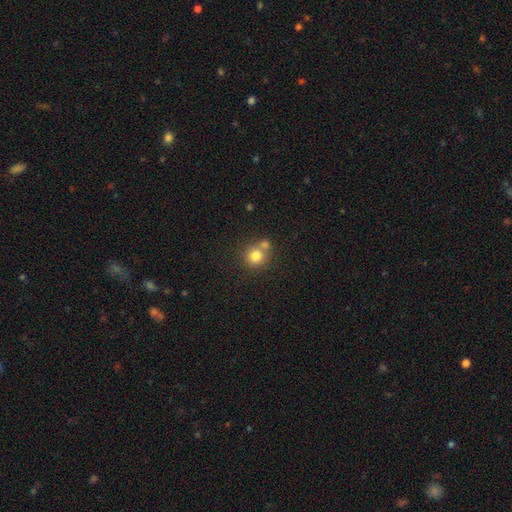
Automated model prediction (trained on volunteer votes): The model was most divided on "merging": none: 54%, merger: 35%, minor disturbance: 8%, major disturbance: 3%. More confident: how rounded — round (90%); smooth or featured — smooth (79%).